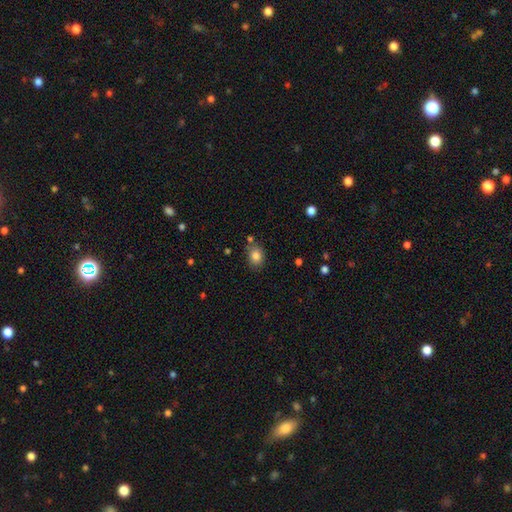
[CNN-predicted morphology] The model was most divided on "how rounded": in between: 57%, round: 42%, cigar-shaped: 1%. More confident: smooth or featured — smooth (83%); merging — none (75%).